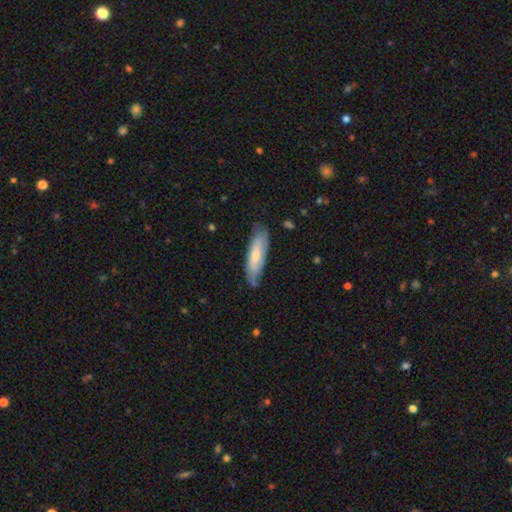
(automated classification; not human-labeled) Morphology: type=smooth (61%); roundness=cigar-shaped (59%); merging=none (71%).